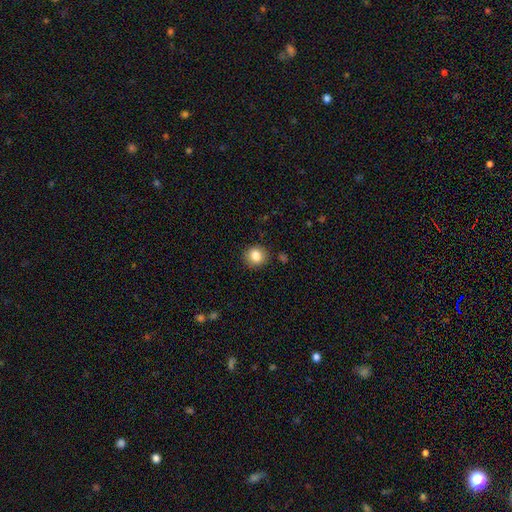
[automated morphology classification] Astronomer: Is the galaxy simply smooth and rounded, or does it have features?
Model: smooth — 84%.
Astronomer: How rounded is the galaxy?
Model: round — 85%.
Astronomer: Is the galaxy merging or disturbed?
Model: none — 89%.